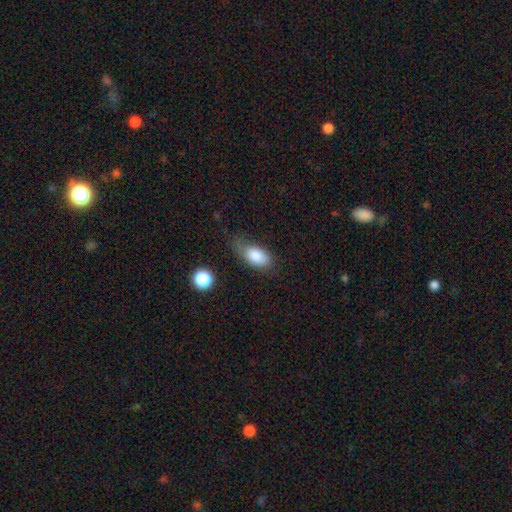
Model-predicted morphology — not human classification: This is clearly a smooth galaxy (82%). How rounded: clearly in between (90%). Merging: possibly none (46%).